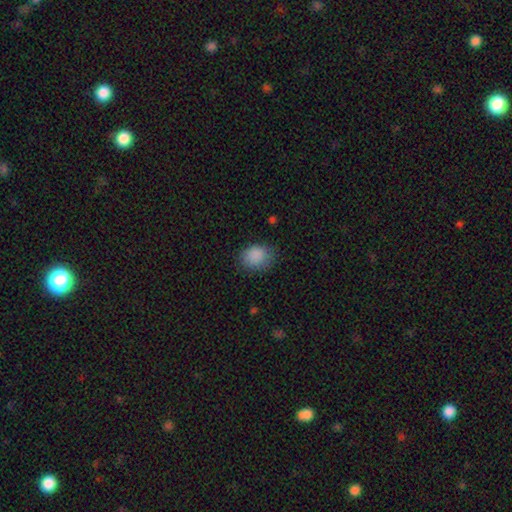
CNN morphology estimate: type=smooth (88%); roundness=in between (54%); merging=none (77%).